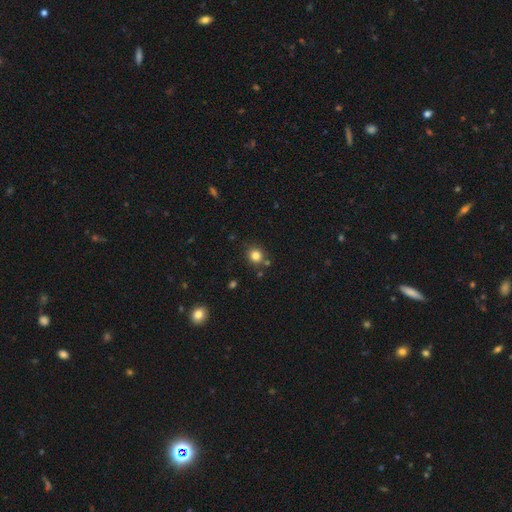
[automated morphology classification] smooth-or-featured: smooth: 81% | star or artifact: 13% | featured or disk: 6%
  how-rounded: round: 86% | in between: 13% | cigar-shaped: 1%
  merging: none: 80% | minor disturbance: 10% | merger: 7% | major disturbance: 3%